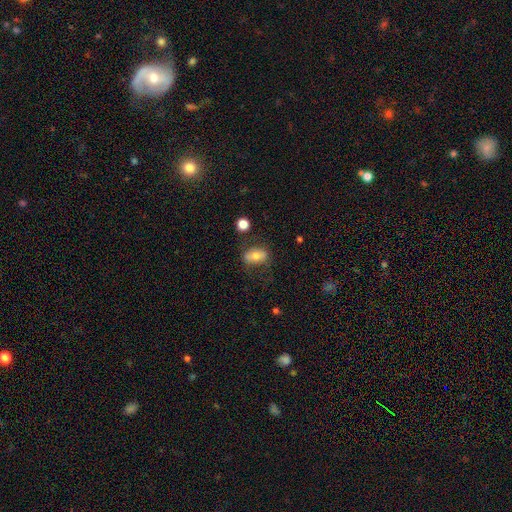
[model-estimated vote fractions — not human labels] smooth_or_featured: smooth (p=0.65) [alt: featured or disk p=0.25]
how_rounded: in between (p=0.83) [alt: round p=0.14]
merging: none (p=0.66) [alt: minor disturbance p=0.20]